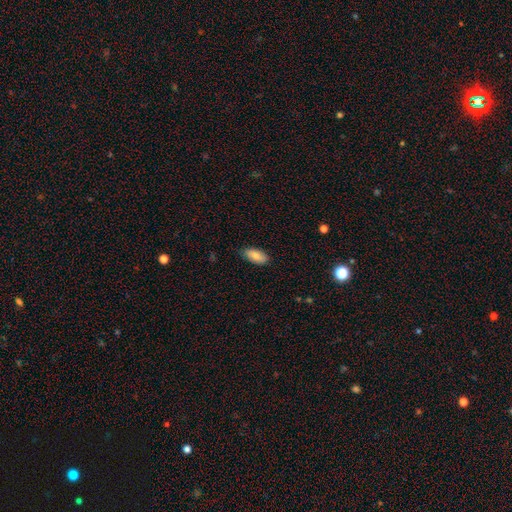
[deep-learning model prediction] Smooth or featured?
  - smooth: 85% *
  - featured or disk: 9%
  - star or artifact: 6%
How rounded?
  - in between: 90% *
  - cigar-shaped: 8%
  - round: 2%
Merging?
  - none: 83% *
  - minor disturbance: 14%
  - major disturbance: 2%
  - merger: 1%